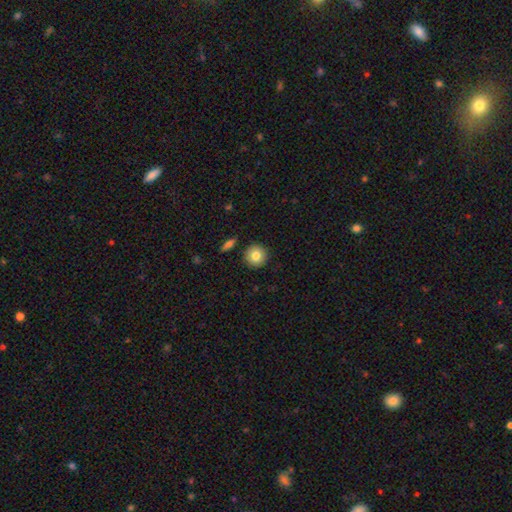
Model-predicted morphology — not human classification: Smooth or featured? Predicted: smooth (p=0.82). How rounded? Predicted: round (p=0.94). Merging? Predicted: none (p=0.90).